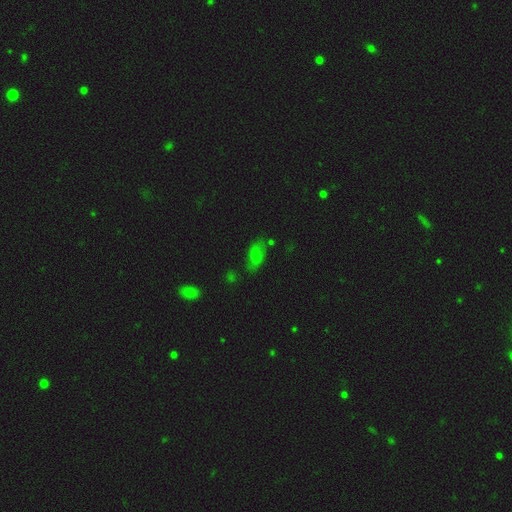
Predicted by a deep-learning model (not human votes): Smooth or featured?
  - smooth: 64% *
  - featured or disk: 19%
  - star or artifact: 17%
How rounded?
  - in between: 88% *
  - cigar-shaped: 6%
  - round: 6%
Merging?
  - none: 64% *
  - minor disturbance: 22%
  - major disturbance: 8%
  - merger: 6%